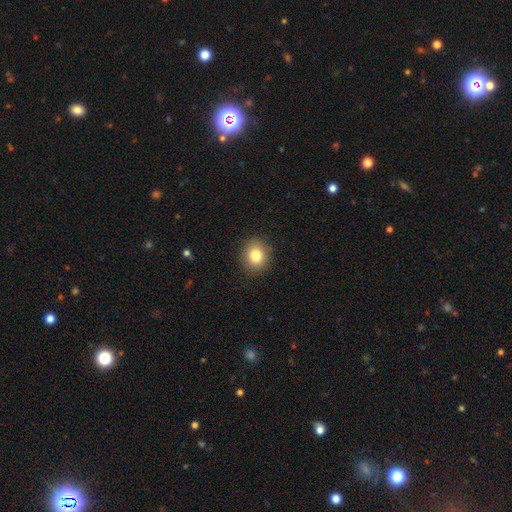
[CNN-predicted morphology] The model was most divided on "how rounded": round: 75%, in between: 24%, cigar-shaped: 1%. More confident: merging — none (90%); smooth or featured — smooth (82%).